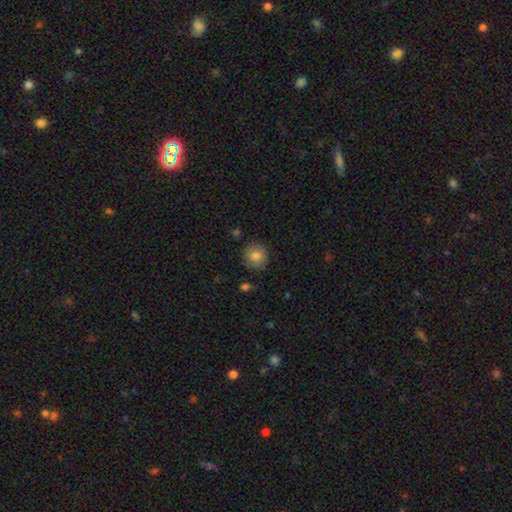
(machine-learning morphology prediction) type=smooth (82%); roundness=round (90%); merging=none (87%).